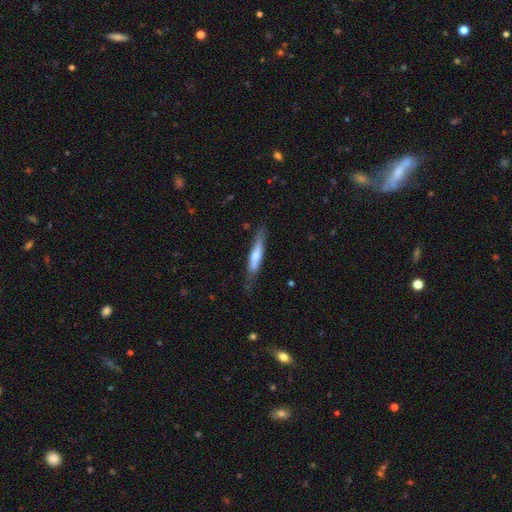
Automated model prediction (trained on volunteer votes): A smooth galaxy with no disk features (54%) that is cigar-shaped (86%).

Vote fractions:
- Smooth or featured? smooth: 54% / featured or disk: 41% / star or artifact: 5%
- How rounded? cigar-shaped: 86% / in between: 12% / round: 1%
- Merging? none: 71% / minor disturbance: 21% / major disturbance: 5% / merger: 2%